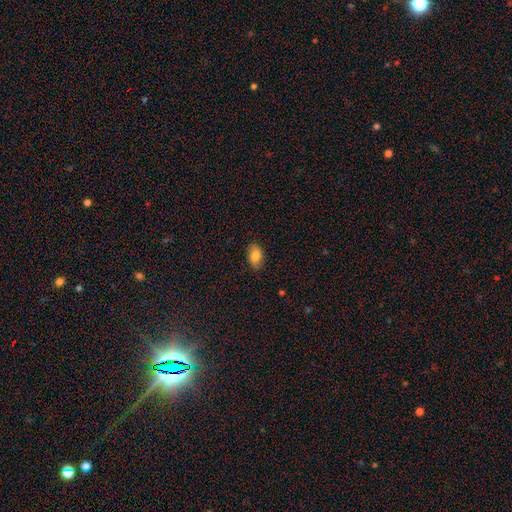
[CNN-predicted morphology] Smooth or featured?
  - smooth: 83% *
  - featured or disk: 9%
  - star or artifact: 8%
How rounded?
  - in between: 91% *
  - round: 7%
  - cigar-shaped: 2%
Merging?
  - none: 83% *
  - minor disturbance: 13%
  - major disturbance: 3%
  - merger: 1%